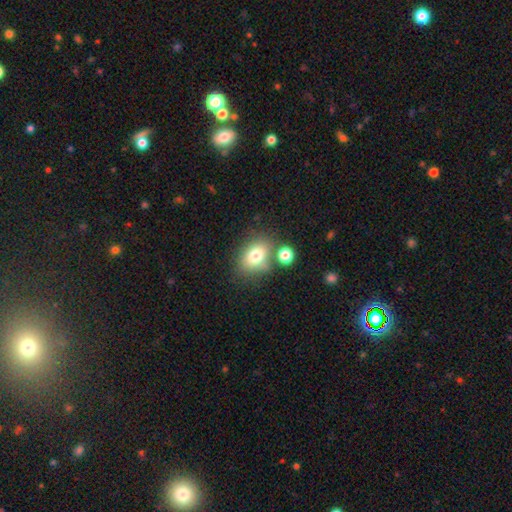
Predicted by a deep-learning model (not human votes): Smooth or featured?
  - smooth: 76% *
  - featured or disk: 13%
  - star or artifact: 11%
How rounded?
  - in between: 69% *
  - round: 30%
  - cigar-shaped: 1%
Merging?
  - none: 62% *
  - merger: 17%
  - minor disturbance: 15%
  - major disturbance: 5%